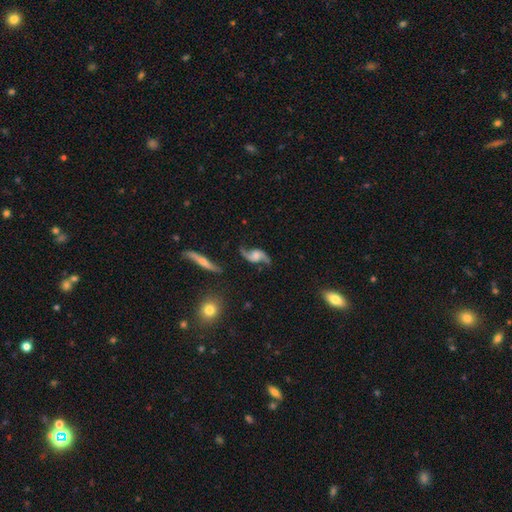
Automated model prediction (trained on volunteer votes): Q: Smooth or featured?
A: featured or disk (87%); runner-up: smooth (8%)
Q: Edge-on disk?
A: no (95%); runner-up: yes (5%)
Q: Bar?
A: no (58%); runner-up: weak (33%)
Q: Spiral arms?
A: yes (96%); runner-up: no (4%)
Q: Spiral winding?
A: loose (79%); runner-up: medium (17%)
Q: Spiral arm count?
A: 2 (94%); runner-up: 1 (2%)
Q: Bulge size?
A: none (41%); runner-up: moderate (21%)
Q: Merging?
A: none (75%); runner-up: minor disturbance (15%)